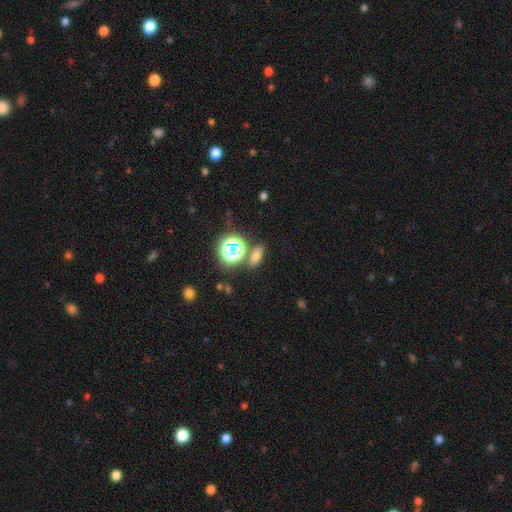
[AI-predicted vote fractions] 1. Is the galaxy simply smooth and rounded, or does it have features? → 60% smooth, 27% star or artifact, 13% featured or disk.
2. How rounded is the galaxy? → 66% in between, 20% round, 15% cigar-shaped.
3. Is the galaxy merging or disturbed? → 79% none, 9% minor disturbance, 9% merger, 3% major disturbance.